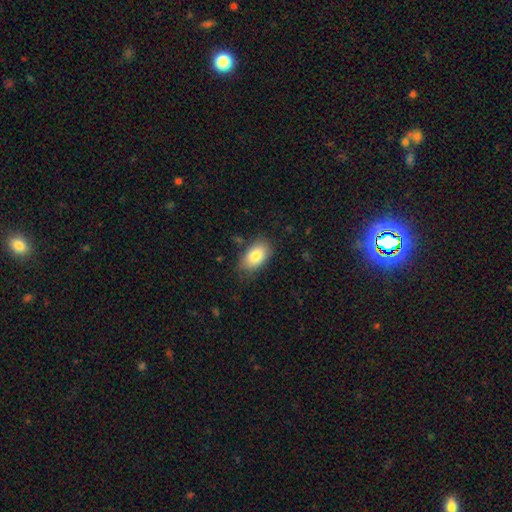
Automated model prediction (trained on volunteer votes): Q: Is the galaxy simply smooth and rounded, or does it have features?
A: smooth — 82%.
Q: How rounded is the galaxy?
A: in between — 92%.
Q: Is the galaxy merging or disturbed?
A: none — 78%.